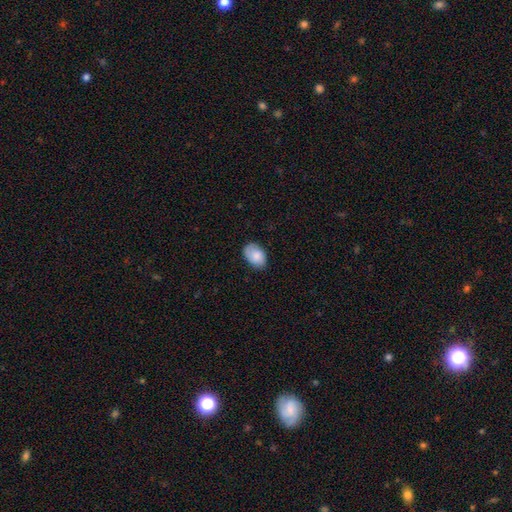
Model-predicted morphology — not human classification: Overall: smooth (80%). How rounded: in between (86%). Merging: none (76%).